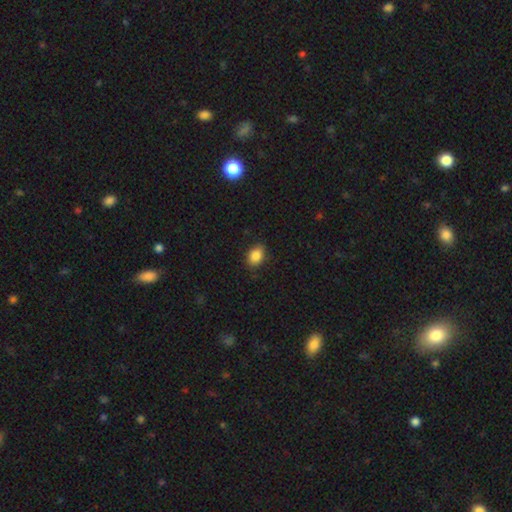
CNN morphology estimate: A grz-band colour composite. It shows a smooth galaxy with no disk features (87%) that is in between round and cigar-shaped (76%). Merging: none (83%).